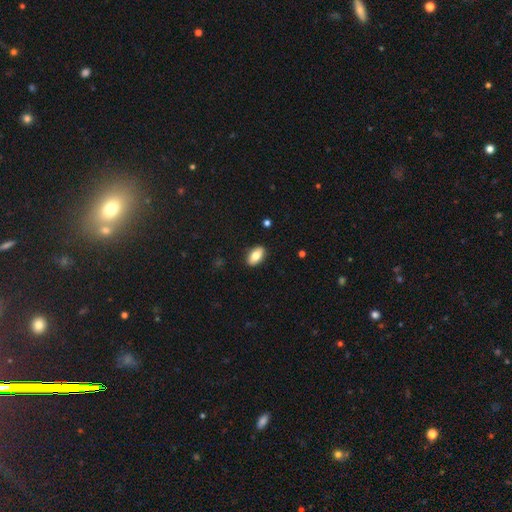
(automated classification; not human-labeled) A smooth galaxy with no disk features (76%) that is in between round and cigar-shaped (90%).

Vote fractions:
- Smooth or featured? smooth: 76% / featured or disk: 17% / star or artifact: 7%
- How rounded? in between: 90% / round: 5% / cigar-shaped: 4%
- Merging? none: 89% / minor disturbance: 8% / major disturbance: 2% / merger: 1%